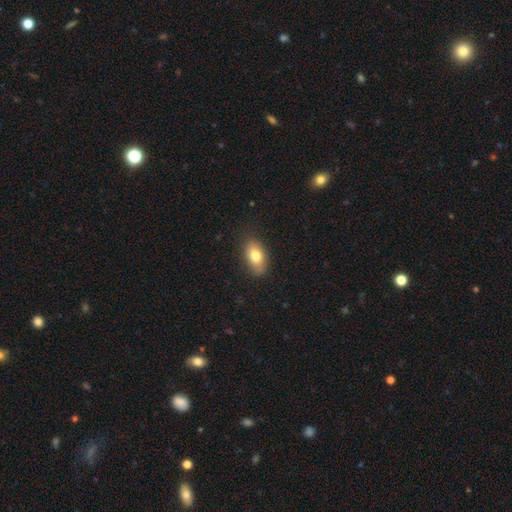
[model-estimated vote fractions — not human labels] Smooth or featured?
  - smooth: 78% *
  - featured or disk: 14%
  - star or artifact: 8%
How rounded?
  - in between: 89% *
  - round: 8%
  - cigar-shaped: 4%
Merging?
  - none: 83% *
  - minor disturbance: 13%
  - major disturbance: 3%
  - merger: 1%